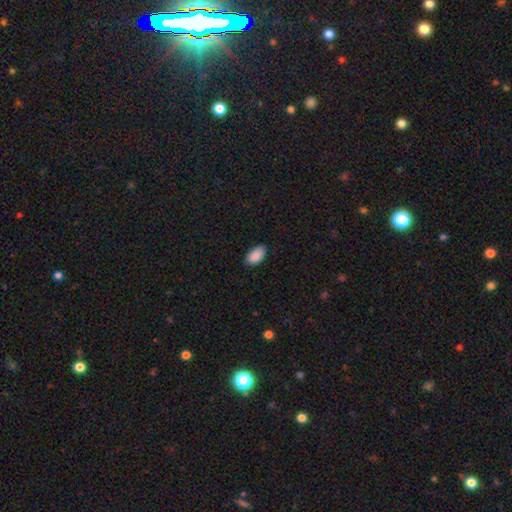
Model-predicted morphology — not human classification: Overall: smooth (89%). How rounded: in between (94%). Merging: none (84%).